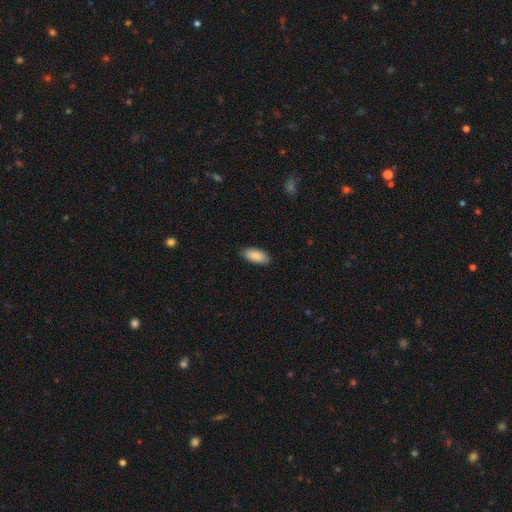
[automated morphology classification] A smooth galaxy with no disk features (88%) that is in between round and cigar-shaped (90%).

Vote fractions:
- Smooth or featured? smooth: 88% / featured or disk: 6% / star or artifact: 6%
- How rounded? in between: 90% / cigar-shaped: 8% / round: 2%
- Merging? none: 88% / minor disturbance: 9% / major disturbance: 2% / merger: 1%